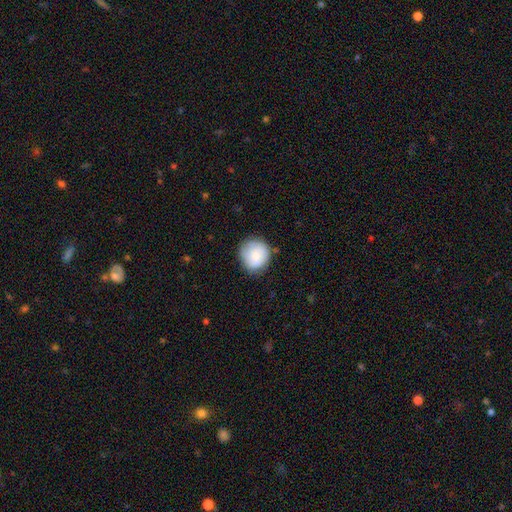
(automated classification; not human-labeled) Smooth or featured? Predicted: smooth (p=0.78). How rounded? Predicted: round (p=0.89). Merging? Predicted: none (p=0.78).